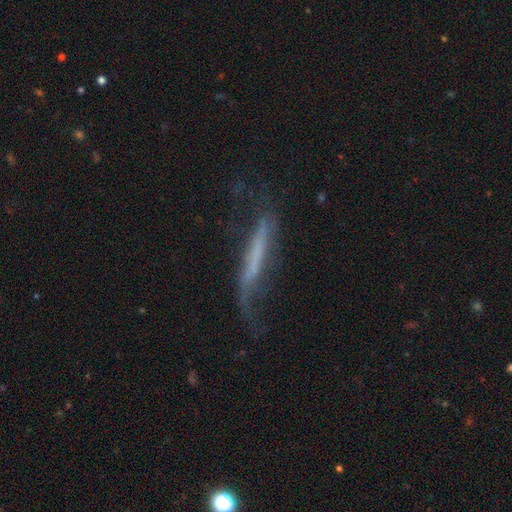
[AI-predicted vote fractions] A featured or disk galaxy (56%) viewed edge-on (65%). Merging: none (43%).